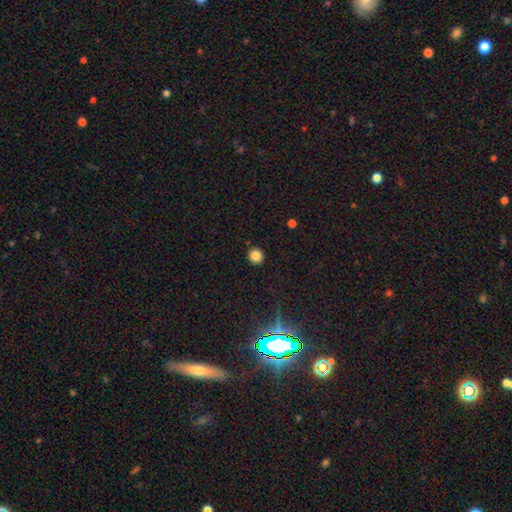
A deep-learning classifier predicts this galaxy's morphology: This is clearly a smooth galaxy (83%). How rounded: clearly round (94%). Merging: clearly none (92%).